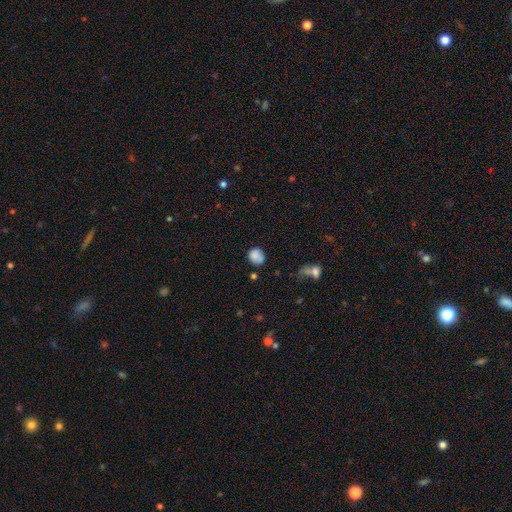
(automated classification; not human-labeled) This is clearly a smooth galaxy (82%). How rounded: likely round (77%). Merging: likely none (63%).